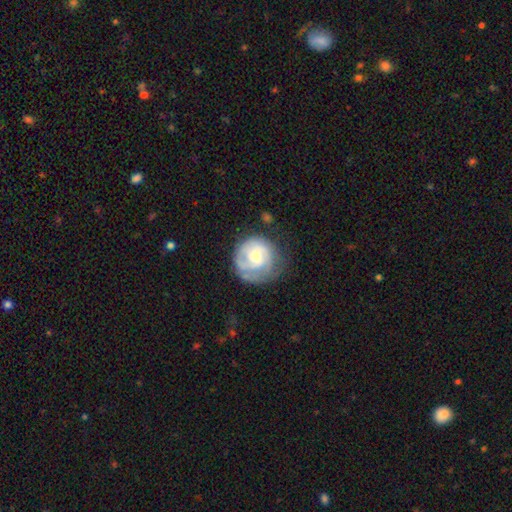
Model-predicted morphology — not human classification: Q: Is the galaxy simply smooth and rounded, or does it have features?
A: featured or disk — 66%.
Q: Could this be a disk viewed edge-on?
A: no — 98%.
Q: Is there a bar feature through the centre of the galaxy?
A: no — 61%.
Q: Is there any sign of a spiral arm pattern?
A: yes — 83%.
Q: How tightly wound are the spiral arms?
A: tight — 62%.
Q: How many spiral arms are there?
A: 2 — 36%.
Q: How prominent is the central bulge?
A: moderate — 49%.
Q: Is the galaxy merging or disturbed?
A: none — 61%.